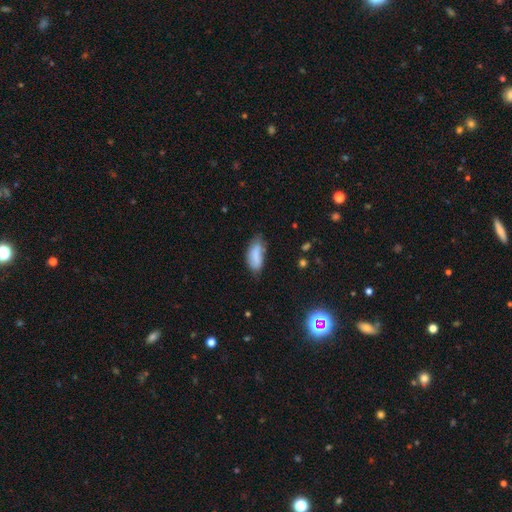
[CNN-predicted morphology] A smooth galaxy with no disk features (79%) that is in between round and cigar-shaped (86%). Merging: none (55%).